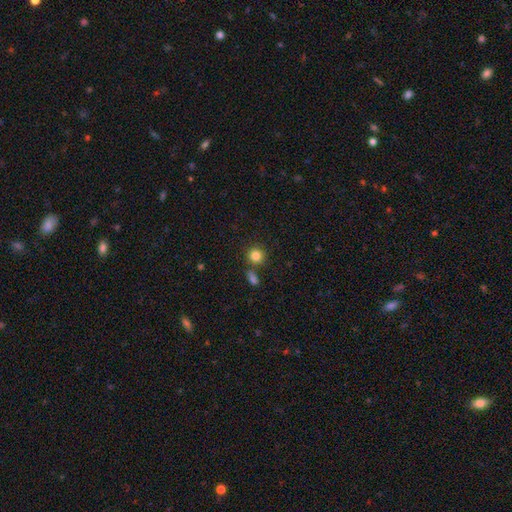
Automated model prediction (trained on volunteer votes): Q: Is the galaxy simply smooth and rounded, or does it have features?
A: smooth — 84%.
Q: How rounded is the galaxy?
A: round — 90%.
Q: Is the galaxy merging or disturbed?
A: none — 76%.